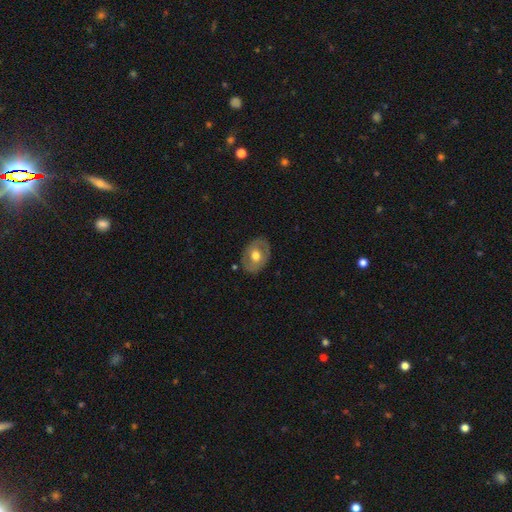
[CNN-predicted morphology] This appears to be a featured or disk galaxy (50%). Merging: none (81%).